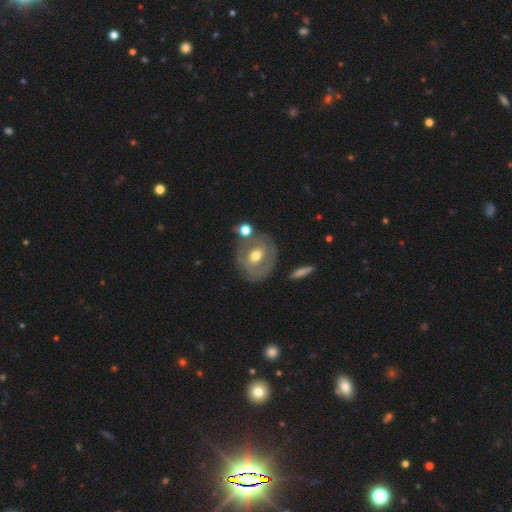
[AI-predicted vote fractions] Smooth or featured?
  - featured or disk: 62% *
  - smooth: 31%
  - star or artifact: 7%
Edge-on disk?
  - no: 94% *
  - yes: 6%
Bar?
  - no: 42% *
  - weak: 41%
  - strong: 17%
Spiral arms?
  - yes: 53% *
  - no: 47%
Bulge size?
  - moderate: 76% *
  - small: 15%
  - large: 8%
  - none: 1%
  - dominant: 1%
Merging?
  - none: 66% *
  - minor disturbance: 17%
  - merger: 9%
  - major disturbance: 8%